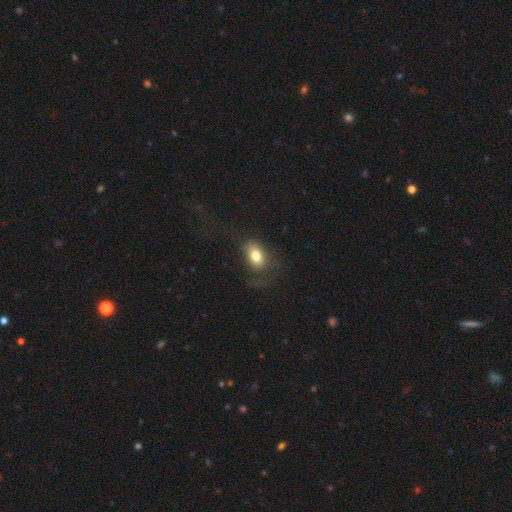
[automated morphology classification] smooth-or-featured: smooth: 77% | featured or disk: 14% | star or artifact: 9%
  how-rounded: in between: 86% | round: 12% | cigar-shaped: 2%
  merging: none: 56% | minor disturbance: 21% | major disturbance: 21% | merger: 2%